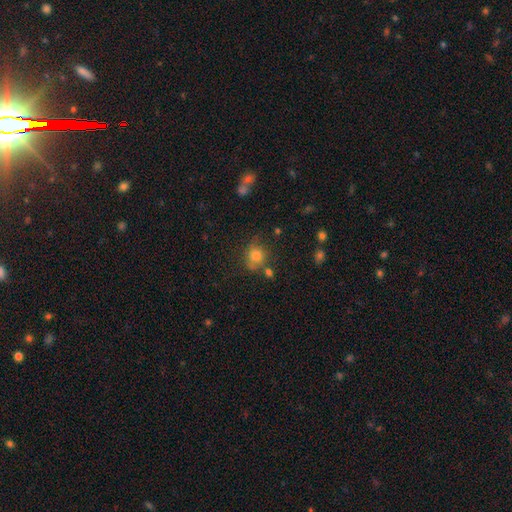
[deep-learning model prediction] Q: Smooth or featured?
A: smooth (75%); runner-up: star or artifact (13%)
Q: How rounded?
A: round (75%); runner-up: in between (24%)
Q: Merging?
A: none (59%); runner-up: minor disturbance (21%)